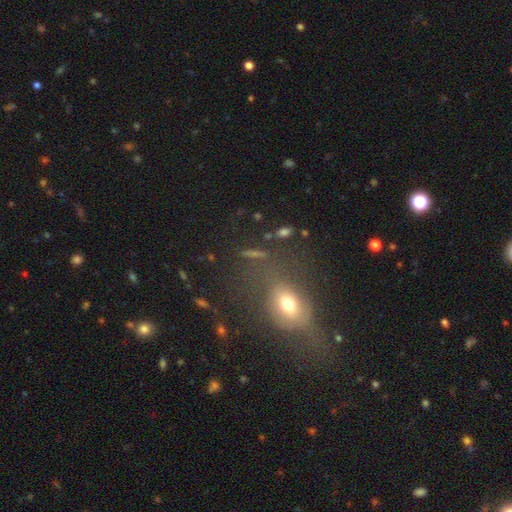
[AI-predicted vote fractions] Smooth or featured? smooth (49%)
Merging? none (54%)